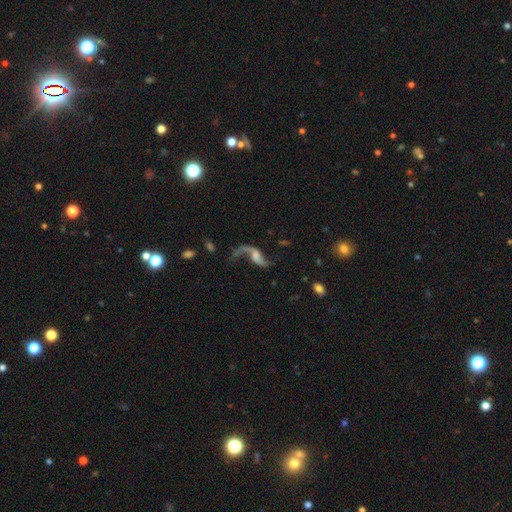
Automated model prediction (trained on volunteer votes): featured or disk 84%, smooth 9%, star or artifact 7%. Down the decision tree: edge-on disk — no (95%); bar — no (47%); spiral arms — yes (94%); spiral arm count — 2 (85%); spiral winding — loose (93%); bulge size — small (30%); merging — none (55%).